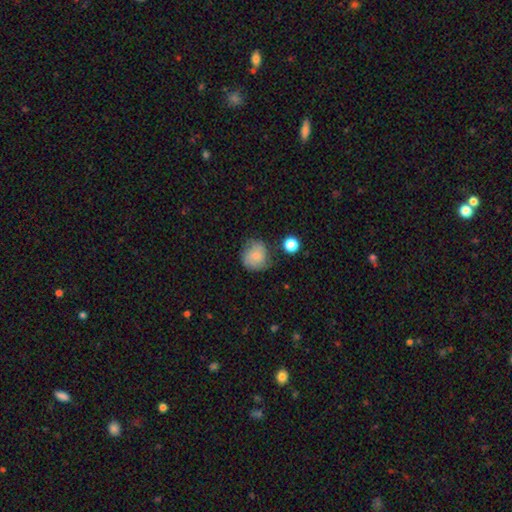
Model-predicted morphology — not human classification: This appears to be a smooth galaxy with no disk features (66%) that is round (83%). Merging: none (60%).